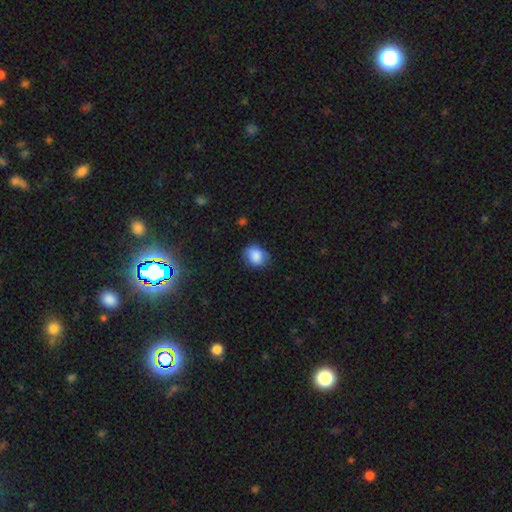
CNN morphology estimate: The model was most divided on "how rounded": round: 56%, in between: 43%, cigar-shaped: 1%. More confident: smooth or featured — smooth (84%); merging — none (73%).